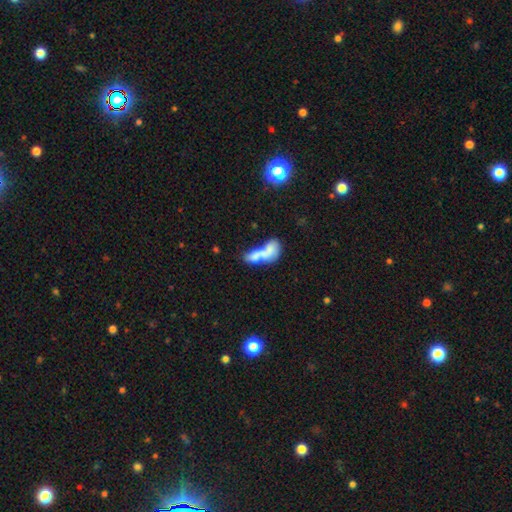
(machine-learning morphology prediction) A smooth galaxy with no disk features (66%) that is in between round and cigar-shaped (76%).

Vote fractions:
- Smooth or featured? smooth: 66% / featured or disk: 25% / star or artifact: 9%
- How rounded? in between: 76% / cigar-shaped: 16% / round: 7%
- Merging? merger: 71% / none: 13% / major disturbance: 8% / minor disturbance: 7%